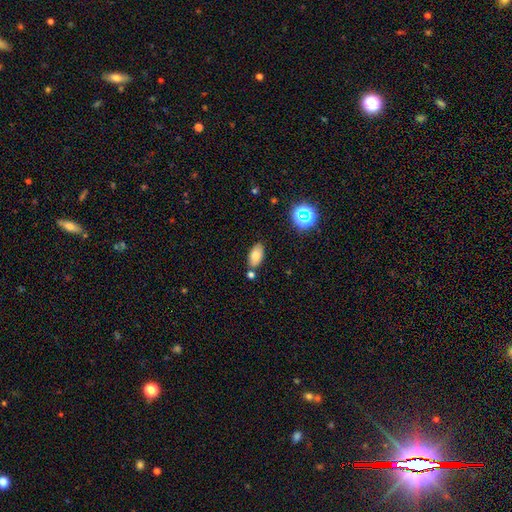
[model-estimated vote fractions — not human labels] Smooth or featured? smooth (76%)
How rounded? in between (92%)
Merging? none (74%)